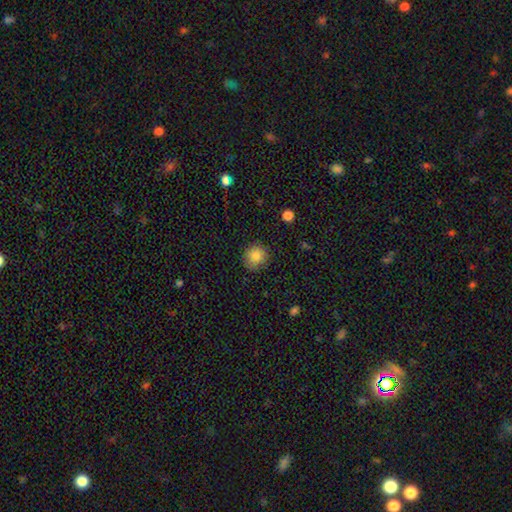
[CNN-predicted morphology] A smooth galaxy with no disk features (84%) that is round (88%). Merging: none (84%).